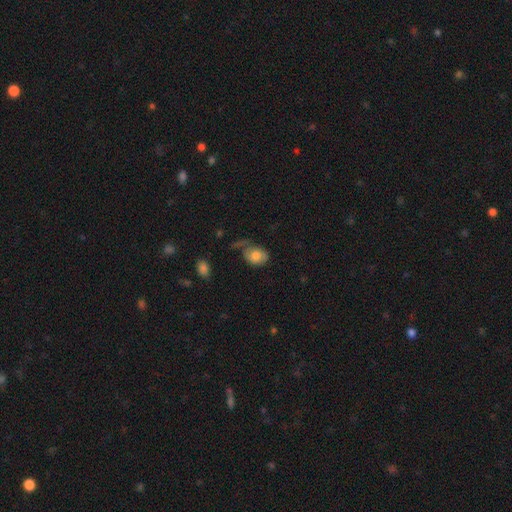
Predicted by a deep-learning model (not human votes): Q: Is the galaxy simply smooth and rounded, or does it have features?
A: smooth — 71%.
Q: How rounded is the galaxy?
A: in between — 70%.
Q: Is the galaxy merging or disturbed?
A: none — 45%.